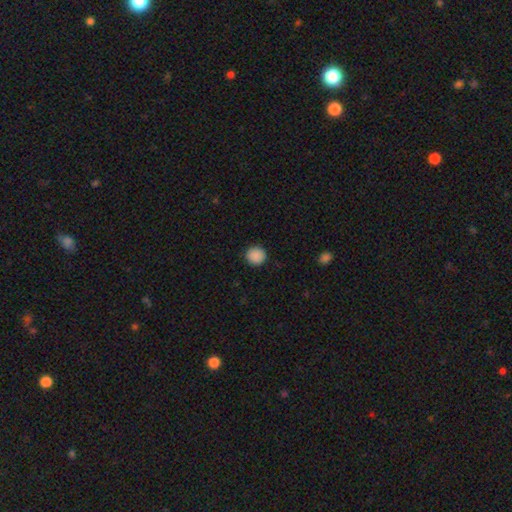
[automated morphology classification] Smooth or featured? smooth (89%)
How rounded? round (94%)
Merging? none (92%)